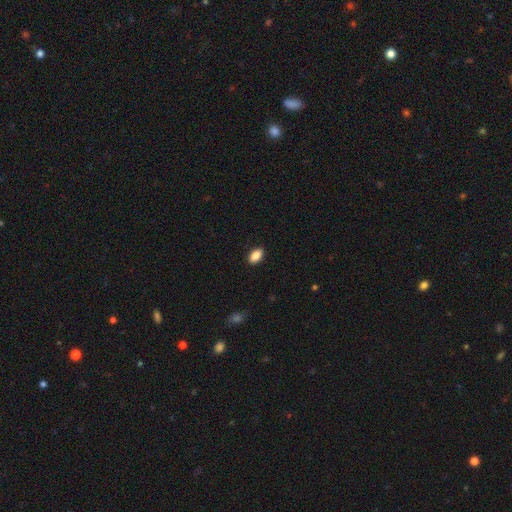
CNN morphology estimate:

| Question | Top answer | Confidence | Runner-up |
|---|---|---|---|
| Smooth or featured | smooth | 87% | star or artifact (8%) |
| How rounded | in between | 91% | round (5%) |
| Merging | none | 89% | minor disturbance (9%) |